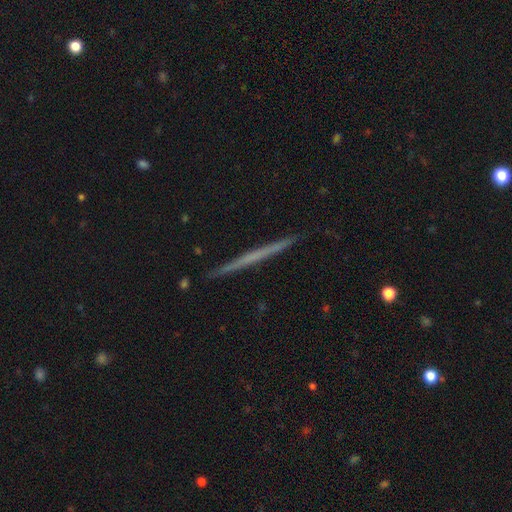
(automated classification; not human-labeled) A featured or disk galaxy (60%) viewed edge-on (98%) with no central bulge (87%).

Vote fractions:
- Smooth or featured? featured or disk: 60% / smooth: 34% / star or artifact: 7%
- Edge-on disk? yes: 98% / no: 2%
- Edge-on bulge? none: 87% / rounded: 10% / boxy: 4%
- Merging? none: 92% / minor disturbance: 6% / major disturbance: 1% / merger: 1%